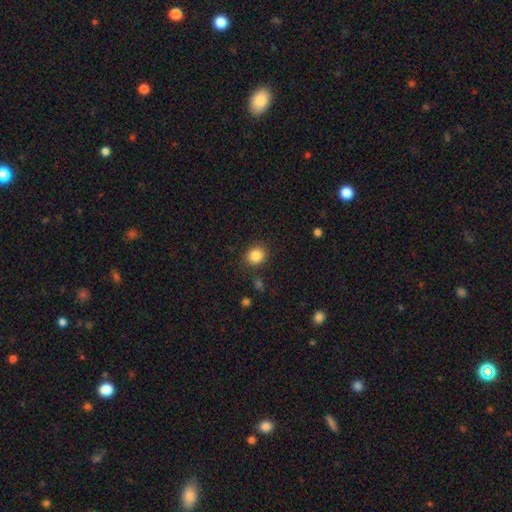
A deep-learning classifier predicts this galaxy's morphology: A smooth galaxy with no disk features (85%) that is round (77%).

Vote fractions:
- Smooth or featured? smooth: 85% / star or artifact: 10% / featured or disk: 5%
- How rounded? round: 77% / in between: 22% / cigar-shaped: 1%
- Merging? none: 87% / minor disturbance: 8% / major disturbance: 3% / merger: 2%